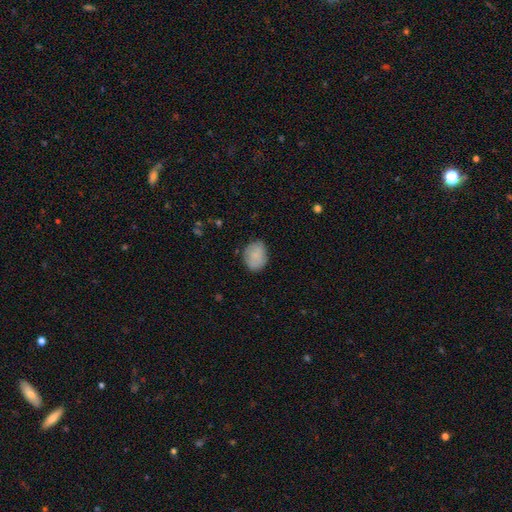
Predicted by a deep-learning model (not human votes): This appears to be a smooth galaxy with no disk features (81%) that is in between round and cigar-shaped (54%). Merging: none (78%).